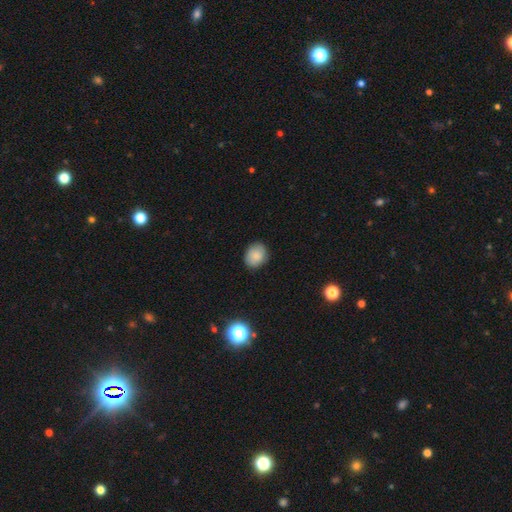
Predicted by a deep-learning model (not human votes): Smooth or featured? smooth (84%)
How rounded? round (53%)
Merging? none (84%)